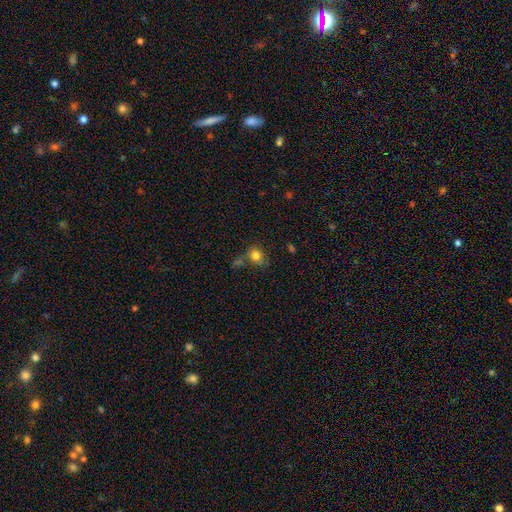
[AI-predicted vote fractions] smooth_or_featured: smooth (p=0.79) [alt: star or artifact p=0.12]
how_rounded: round (p=0.69) [alt: in between p=0.30]
merging: none (p=0.56) [alt: minor disturbance p=0.19]